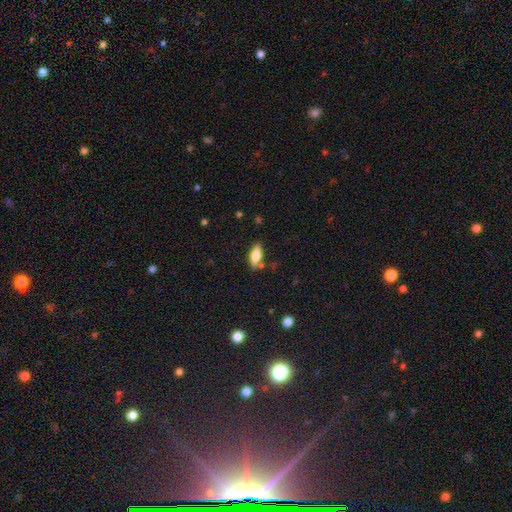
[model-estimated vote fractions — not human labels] This is likely a smooth galaxy (66%). How rounded: likely in between (71%). Merging: likely none (78%).